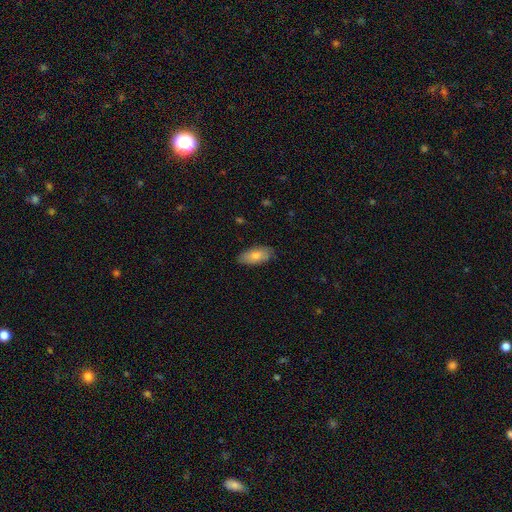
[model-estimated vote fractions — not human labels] Smooth or featured: smooth — 77% (featured or disk — 17%)
How rounded: in between — 88% (cigar-shaped — 10%)
Merging: none — 81% (minor disturbance — 15%)